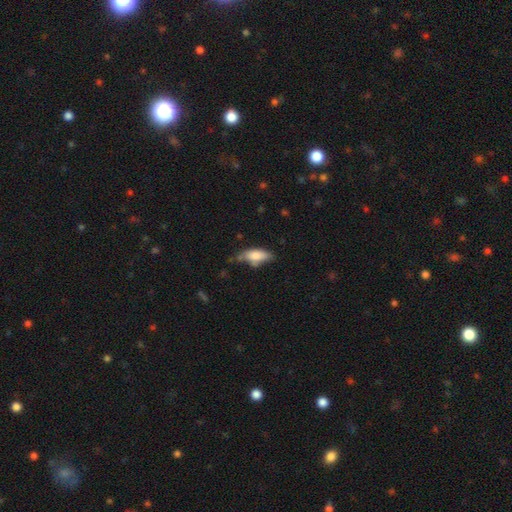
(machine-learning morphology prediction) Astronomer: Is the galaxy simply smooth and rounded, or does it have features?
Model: smooth — 79%.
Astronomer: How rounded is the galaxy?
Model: in between — 77%.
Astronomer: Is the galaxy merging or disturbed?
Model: none — 55% (runner-up: minor disturbance, 31%).